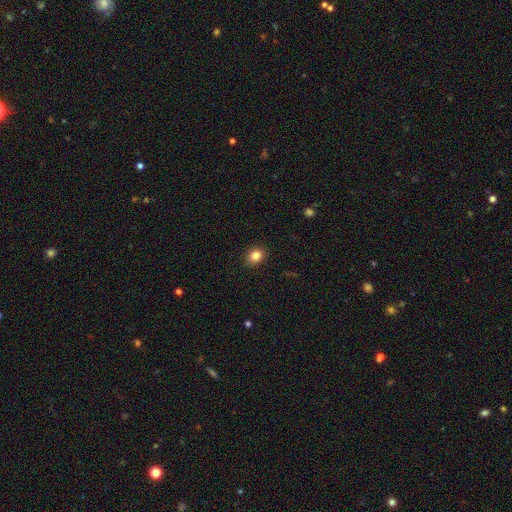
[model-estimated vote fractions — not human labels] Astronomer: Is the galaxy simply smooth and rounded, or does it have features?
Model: smooth — 84%.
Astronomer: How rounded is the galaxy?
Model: round — 60% (runner-up: in between, 39%).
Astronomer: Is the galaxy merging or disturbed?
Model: none — 89%.